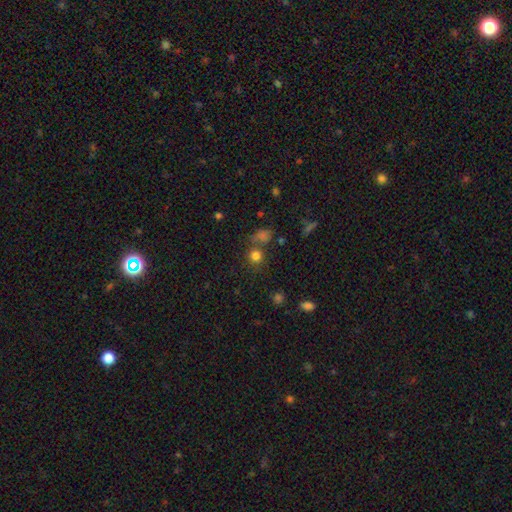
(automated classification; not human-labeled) A smooth galaxy with no disk features (76%) that is round (87%).

Vote fractions:
- Smooth or featured? smooth: 76% / star or artifact: 17% / featured or disk: 6%
- How rounded? round: 87% / in between: 12% / cigar-shaped: 1%
- Merging? none: 67% / merger: 19% / minor disturbance: 10% / major disturbance: 5%